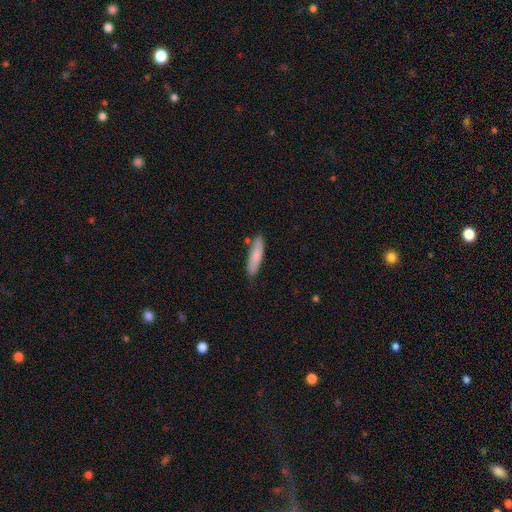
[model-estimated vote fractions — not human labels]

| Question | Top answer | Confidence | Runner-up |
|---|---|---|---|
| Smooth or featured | smooth | 81% | featured or disk (13%) |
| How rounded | cigar-shaped | 69% | in between (29%) |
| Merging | none | 76% | minor disturbance (16%) |